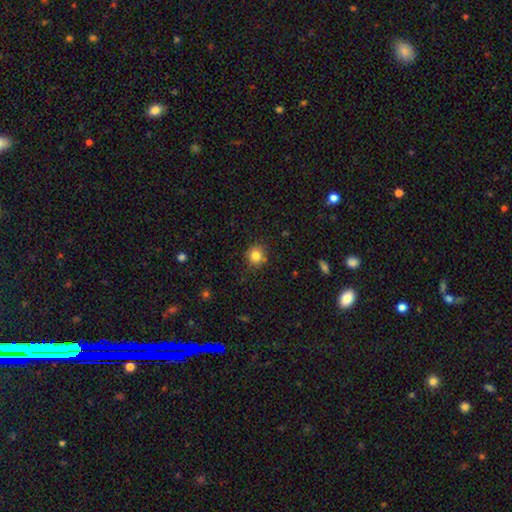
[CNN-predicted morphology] type=smooth (82%); roundness=round (88%); merging=none (81%).